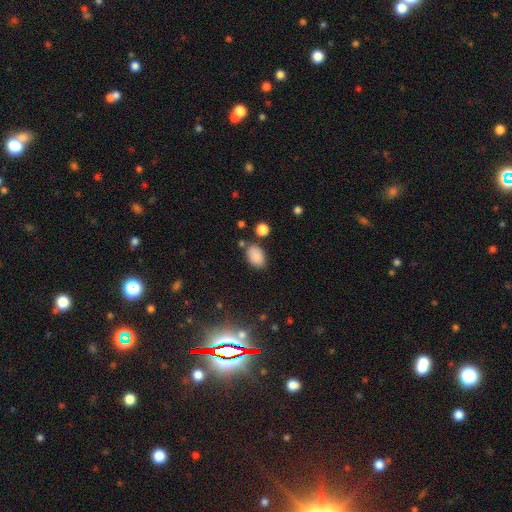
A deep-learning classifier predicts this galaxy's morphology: Smooth or featured: smooth — 86% (star or artifact — 9%)
How rounded: in between — 89% (round — 10%)
Merging: none — 73% (minor disturbance — 16%)